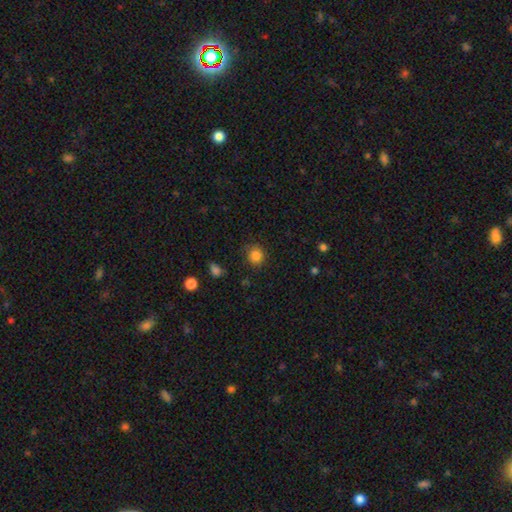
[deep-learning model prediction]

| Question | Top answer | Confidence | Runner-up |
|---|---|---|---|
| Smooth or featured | smooth | 85% | star or artifact (12%) |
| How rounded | round | 87% | in between (12%) |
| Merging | none | 82% | minor disturbance (12%) |